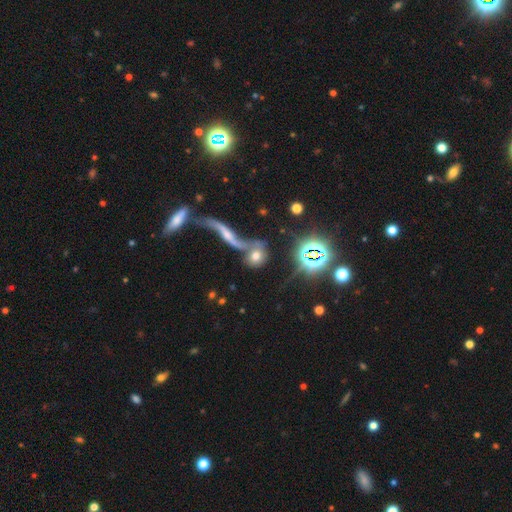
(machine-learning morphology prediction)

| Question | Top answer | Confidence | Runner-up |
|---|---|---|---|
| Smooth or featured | smooth | 57% | featured or disk (25%) |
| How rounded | round | 68% | in between (26%) |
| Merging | merger | 42% | none (40%) |